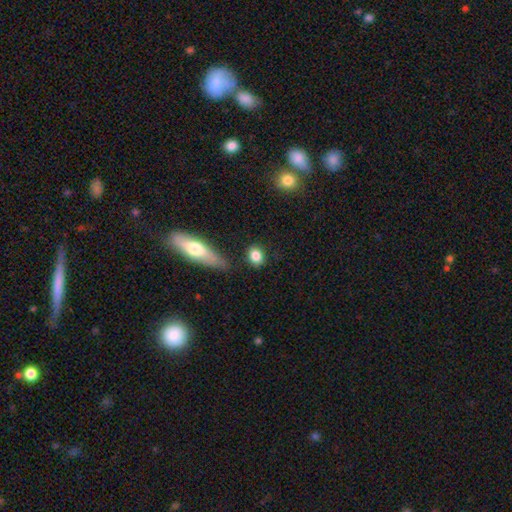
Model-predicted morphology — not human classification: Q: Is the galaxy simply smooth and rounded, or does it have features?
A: smooth — 83%.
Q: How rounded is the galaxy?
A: round — 50%.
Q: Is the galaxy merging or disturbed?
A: none — 83%.